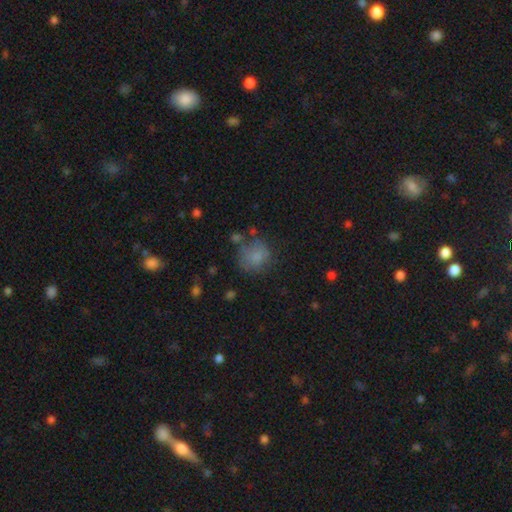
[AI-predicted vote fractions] This appears to be a smooth galaxy with no disk features (74%) that is round (76%). Merging: none (54%).